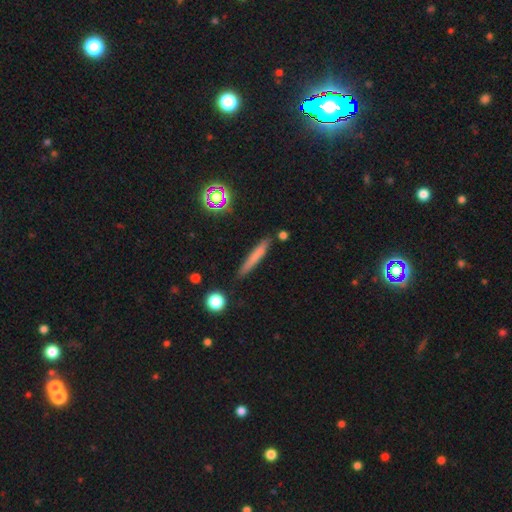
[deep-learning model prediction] A smooth galaxy with no disk features (65%) that is cigar-shaped (94%). Merging: none (84%).